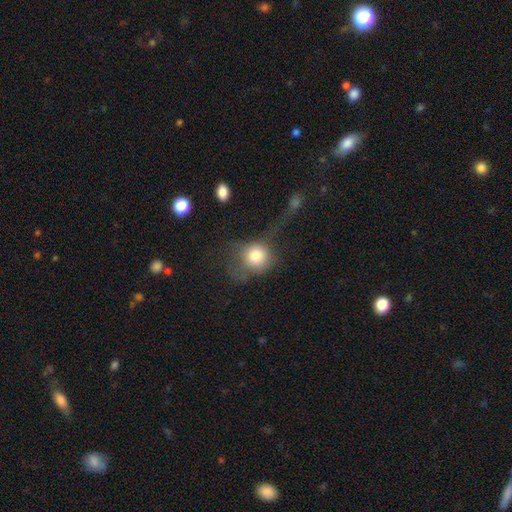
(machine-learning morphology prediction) smooth-or-featured: smooth: 75% | featured or disk: 16% | star or artifact: 9%
  how-rounded: round: 78% | in between: 21% | cigar-shaped: 1%
  merging: major disturbance: 44% | none: 30% | minor disturbance: 20% | merger: 6%